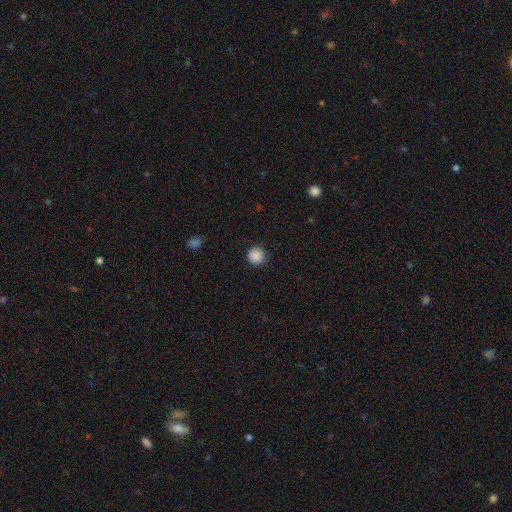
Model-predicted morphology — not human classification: Q: Smooth or featured?
A: smooth (88%); runner-up: star or artifact (10%)
Q: How rounded?
A: round (95%); runner-up: in between (4%)
Q: Merging?
A: none (91%); runner-up: minor disturbance (6%)